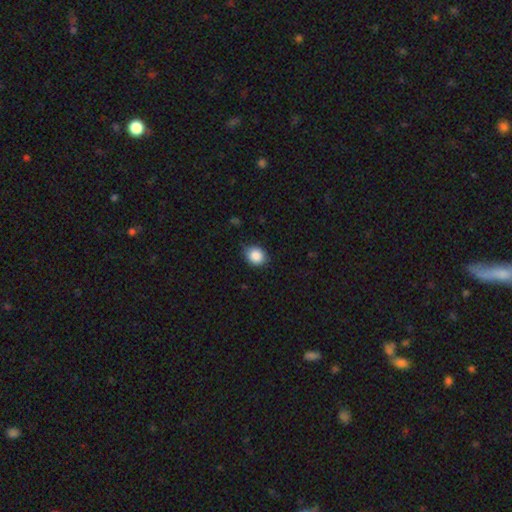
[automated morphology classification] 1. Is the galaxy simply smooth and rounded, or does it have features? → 87% smooth, 9% star or artifact, 4% featured or disk.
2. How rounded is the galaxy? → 62% round, 37% in between, 1% cigar-shaped.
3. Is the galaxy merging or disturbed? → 78% none, 18% minor disturbance, 3% major disturbance, 1% merger.